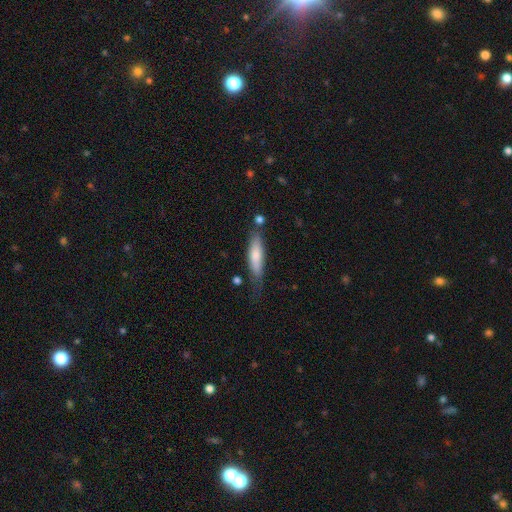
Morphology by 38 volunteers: Smooth or featured? 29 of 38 (76%) said smooth. How rounded? 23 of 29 (79%) said cigar-shaped. Merging? 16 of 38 (42%) said none.